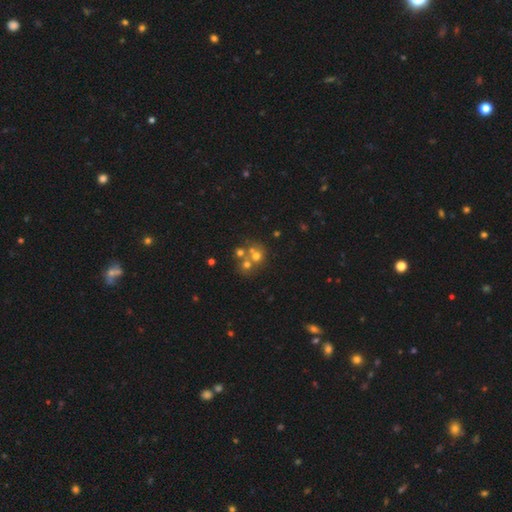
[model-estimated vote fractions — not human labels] This is possibly a smooth galaxy (54%). How rounded: clearly round (80%). Merging: possibly merger (48%).